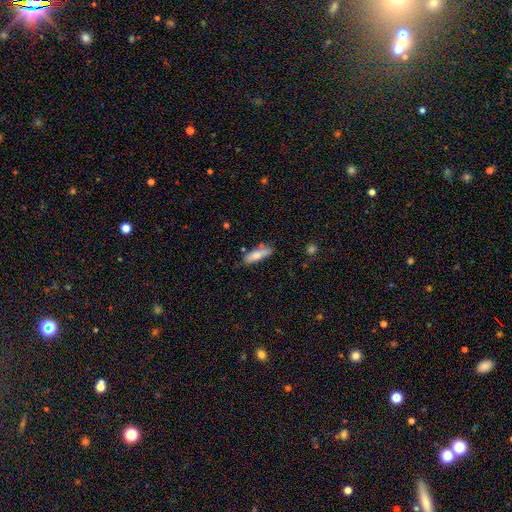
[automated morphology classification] Smooth or featured?
  - smooth: 75% *
  - featured or disk: 18%
  - star or artifact: 6%
How rounded?
  - cigar-shaped: 54% *
  - in between: 44%
  - round: 2%
Merging?
  - none: 70% *
  - minor disturbance: 20%
  - merger: 6%
  - major disturbance: 4%